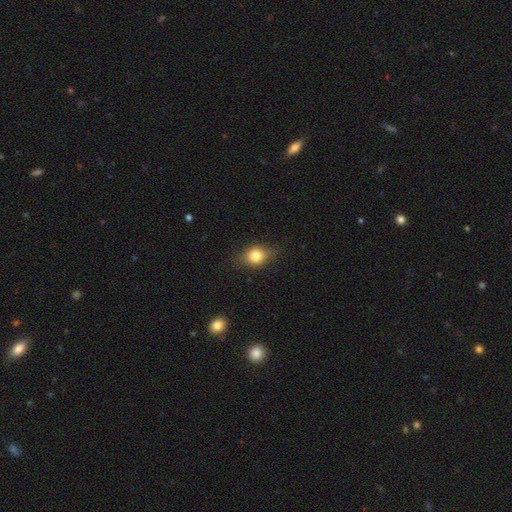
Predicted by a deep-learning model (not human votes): This is likely a smooth galaxy (79%). How rounded: possibly in between (55%). Merging: likely none (77%).